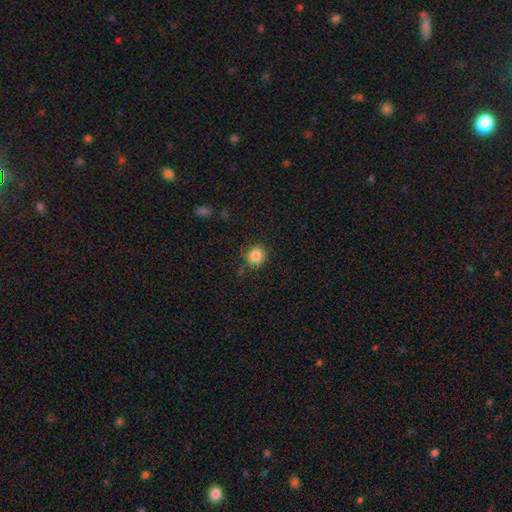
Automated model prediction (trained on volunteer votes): smooth_or_featured: smooth (p=0.83) [alt: star or artifact p=0.11]
how_rounded: round (p=0.83) [alt: in between p=0.16]
merging: none (p=0.81) [alt: minor disturbance p=0.14]